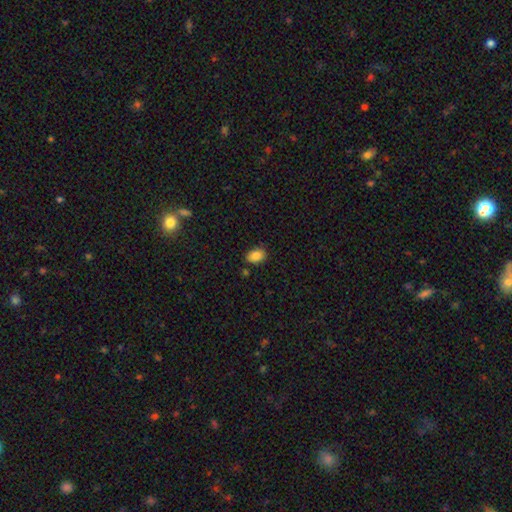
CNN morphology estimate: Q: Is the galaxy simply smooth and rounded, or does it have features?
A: smooth — 85%.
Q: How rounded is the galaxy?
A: in between — 80%.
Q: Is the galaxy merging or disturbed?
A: none — 82%.